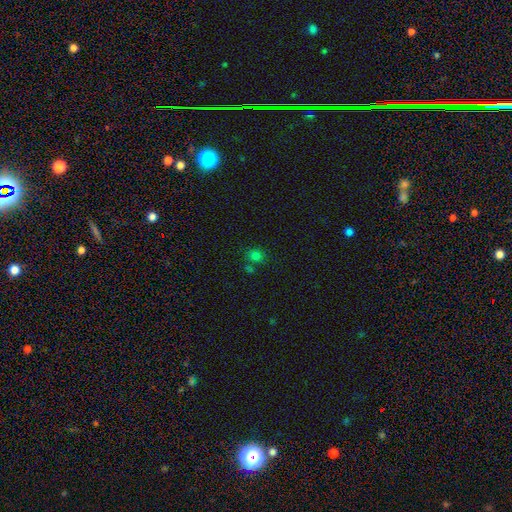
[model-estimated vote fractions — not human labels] Overall: smooth (72%). How rounded: round (71%). Merging: none (69%).